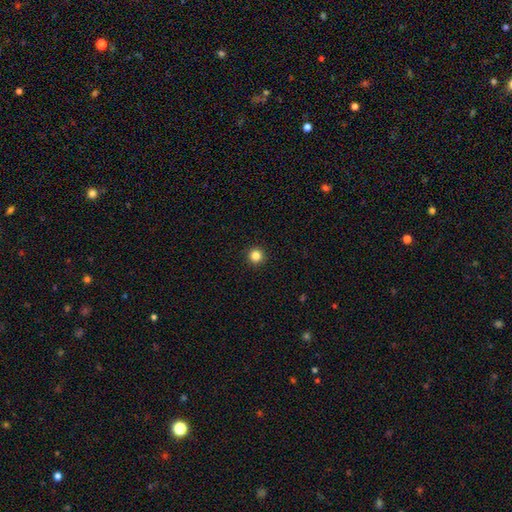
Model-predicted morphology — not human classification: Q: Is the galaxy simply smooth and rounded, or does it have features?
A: smooth — 84%.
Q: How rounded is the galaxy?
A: round — 96%.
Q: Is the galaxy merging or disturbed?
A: none — 94%.